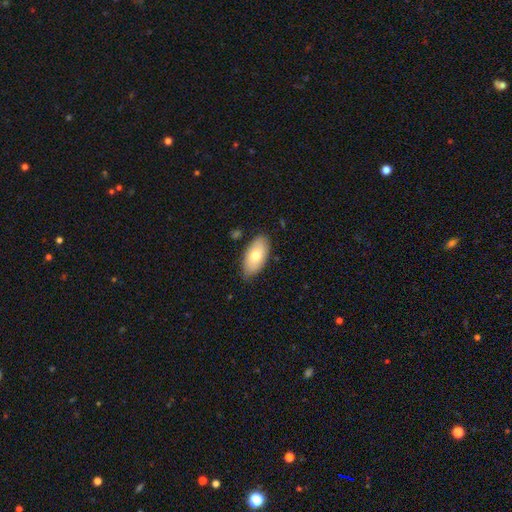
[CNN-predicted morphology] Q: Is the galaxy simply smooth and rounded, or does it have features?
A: smooth — 69%.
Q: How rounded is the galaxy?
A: in between — 93%.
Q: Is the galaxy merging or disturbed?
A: none — 79%.